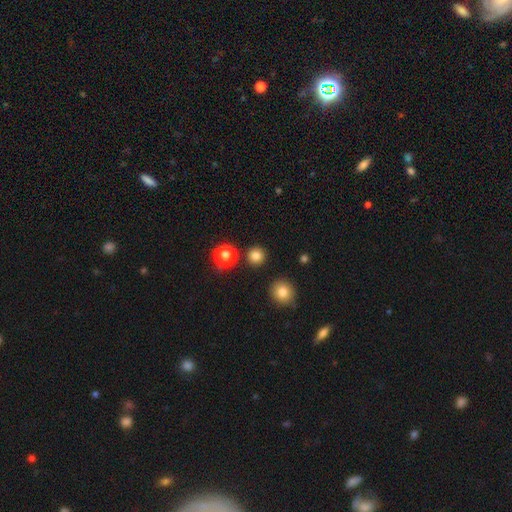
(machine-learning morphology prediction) The model was most divided on "smooth or featured": smooth: 82%, star or artifact: 14%, featured or disk: 4%. More confident: how rounded — round (93%); merging — none (89%).